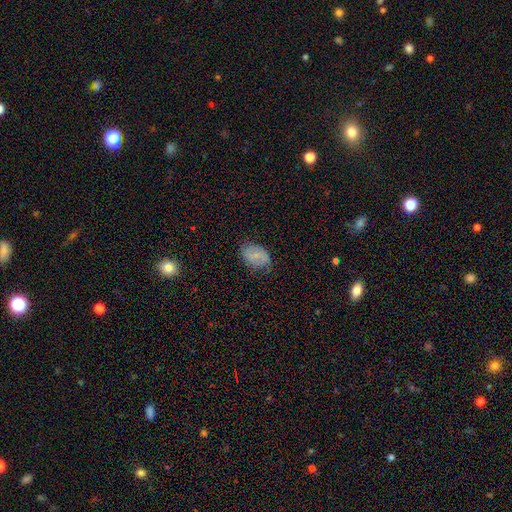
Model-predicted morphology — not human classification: Smooth or featured? Predicted: smooth (p=0.72). How rounded? Predicted: in between (p=0.88). Merging? Predicted: none (p=0.77).